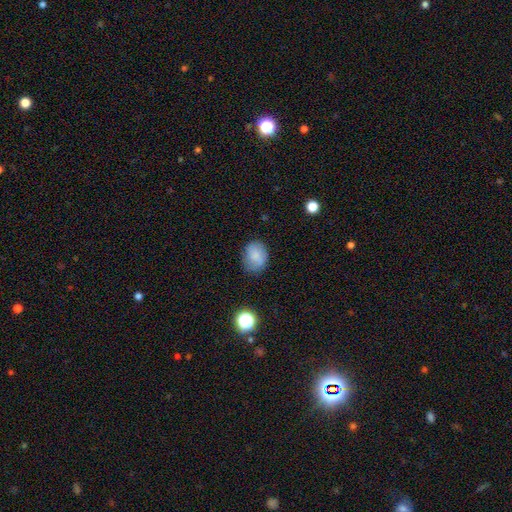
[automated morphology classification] Smooth or featured? Predicted: smooth (p=0.77). How rounded? Predicted: in between (p=0.56). Merging? Predicted: none (p=0.69).